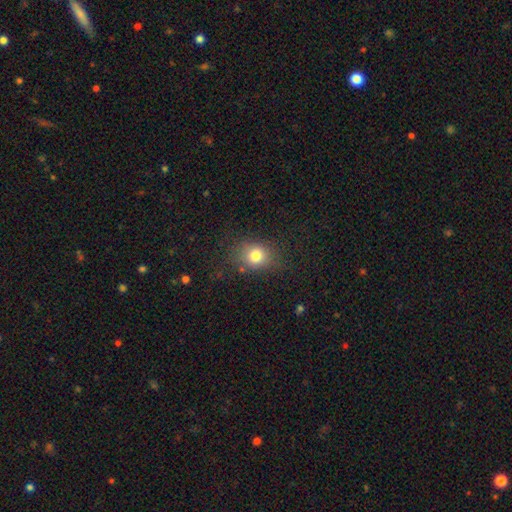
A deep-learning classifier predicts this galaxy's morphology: smooth-or-featured: smooth: 79% | star or artifact: 12% | featured or disk: 9%
  how-rounded: round: 55% | in between: 44% | cigar-shaped: 1%
  merging: none: 76% | minor disturbance: 16% | major disturbance: 6% | merger: 2%